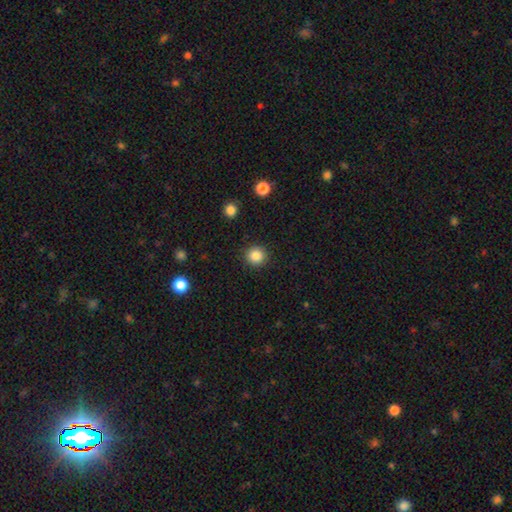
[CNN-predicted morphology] The model was most divided on "smooth or featured": smooth: 85%, star or artifact: 10%, featured or disk: 4%. More confident: how rounded — round (94%); merging — none (92%).